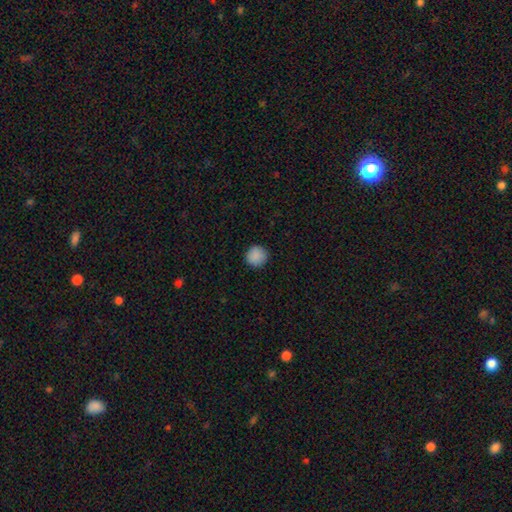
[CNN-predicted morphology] Smooth or featured: smooth — 89% (star or artifact — 8%)
How rounded: round — 95% (in between — 4%)
Merging: none — 91% (minor disturbance — 6%)